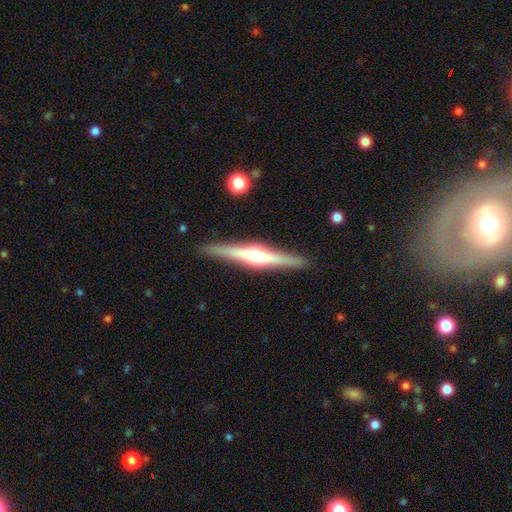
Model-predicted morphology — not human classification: smooth-or-featured: featured or disk: 71% | smooth: 24% | star or artifact: 5%
  disk-edge-on: yes: 97% | no: 3%
    edge-on-bulge: rounded: 79% | boxy: 14% | none: 7%
  merging: none: 90% | minor disturbance: 7% | major disturbance: 2% | merger: 1%